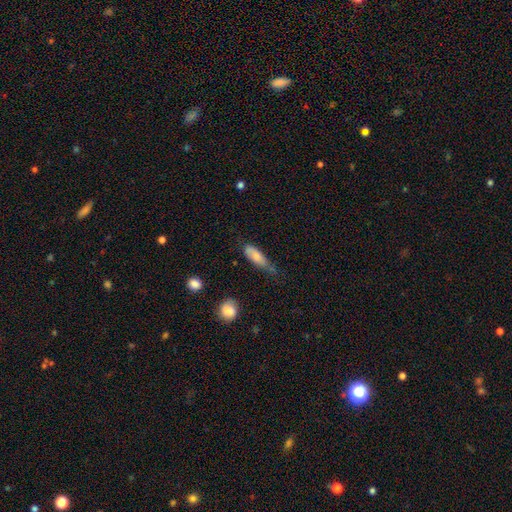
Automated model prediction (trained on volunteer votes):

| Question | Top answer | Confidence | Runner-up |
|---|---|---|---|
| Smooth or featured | smooth | 78% | featured or disk (15%) |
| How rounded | in between | 58% | cigar-shaped (40%) |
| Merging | minor disturbance | 43% | none (39%) |